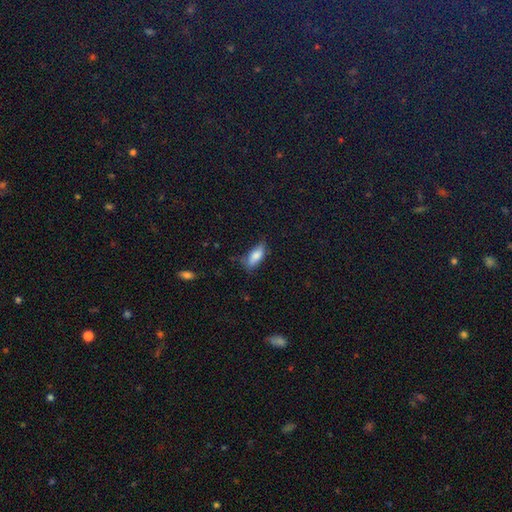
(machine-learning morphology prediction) This appears to be a smooth galaxy with no disk features (81%) that is in between round and cigar-shaped (78%). Merging: none (60%).